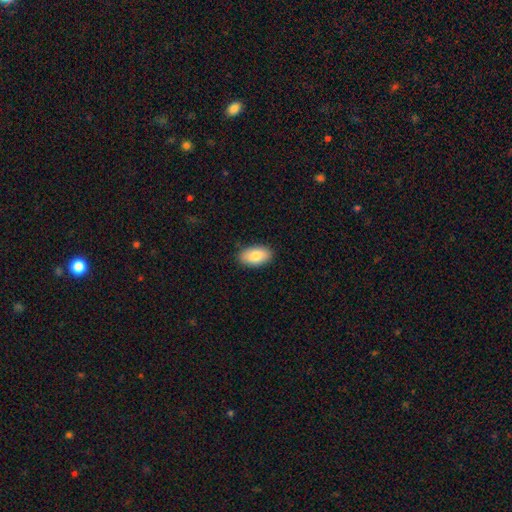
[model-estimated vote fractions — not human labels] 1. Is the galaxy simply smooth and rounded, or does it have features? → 84% smooth, 9% featured or disk, 6% star or artifact.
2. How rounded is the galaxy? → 95% in between, 4% round, 2% cigar-shaped.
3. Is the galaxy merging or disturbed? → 88% none, 9% minor disturbance, 2% major disturbance, 1% merger.